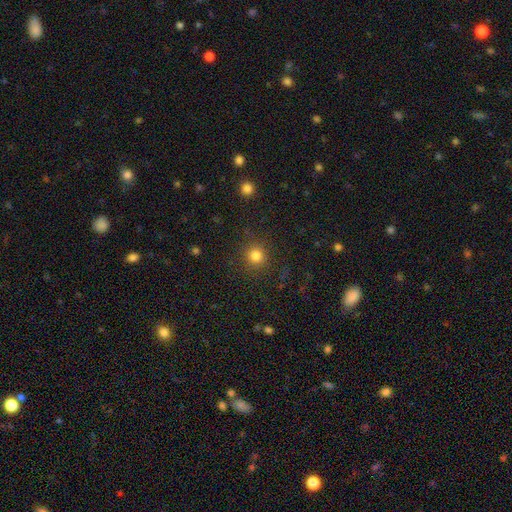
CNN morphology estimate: A smooth galaxy with no disk features (82%) that is round (92%).

Vote fractions:
- Smooth or featured? smooth: 82% / star or artifact: 13% / featured or disk: 5%
- How rounded? round: 92% / in between: 7% / cigar-shaped: 1%
- Merging? none: 87% / minor disturbance: 7% / major disturbance: 4% / merger: 2%